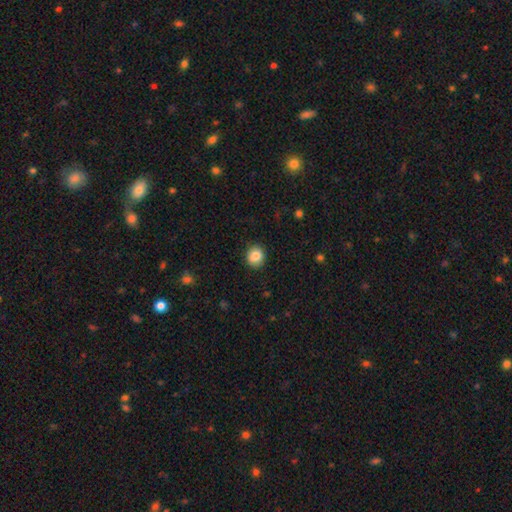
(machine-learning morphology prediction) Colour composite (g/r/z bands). It shows a smooth galaxy with no disk features (85%) that is round (84%). Merging: none (90%).